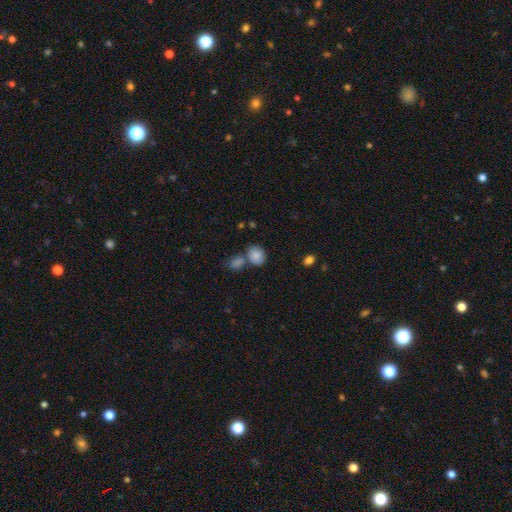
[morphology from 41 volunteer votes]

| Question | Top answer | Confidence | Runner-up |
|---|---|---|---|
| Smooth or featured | smooth | 90% | featured or disk (7%) |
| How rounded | in between | 51% | round (46%) |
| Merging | merger | 52% | none (40%) |